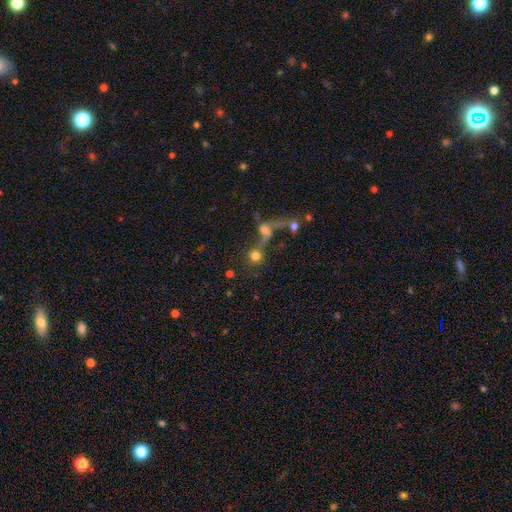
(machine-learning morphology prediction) Smooth or featured? smooth (70%)
How rounded? round (88%)
Merging? merger (42%)